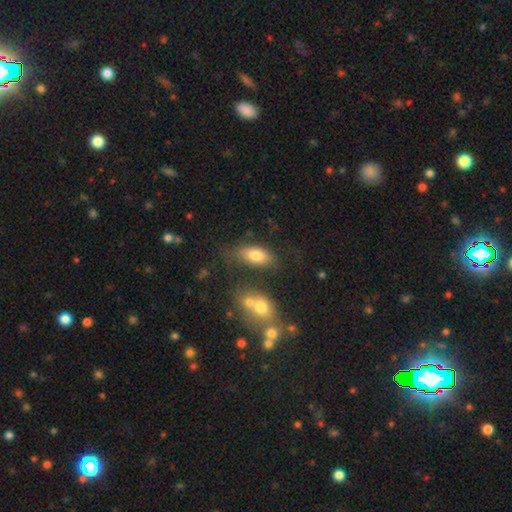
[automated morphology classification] The model was most divided on "merging": none: 62%, minor disturbance: 17%, merger: 13%, major disturbance: 8%. More confident: how rounded — in between (88%); smooth or featured — smooth (77%).